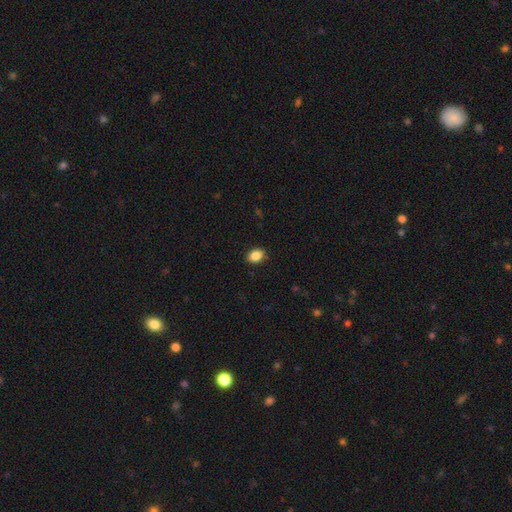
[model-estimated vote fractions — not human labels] Q: Smooth or featured?
A: smooth (87%); runner-up: star or artifact (9%)
Q: How rounded?
A: in between (74%); runner-up: round (24%)
Q: Merging?
A: none (86%); runner-up: minor disturbance (11%)